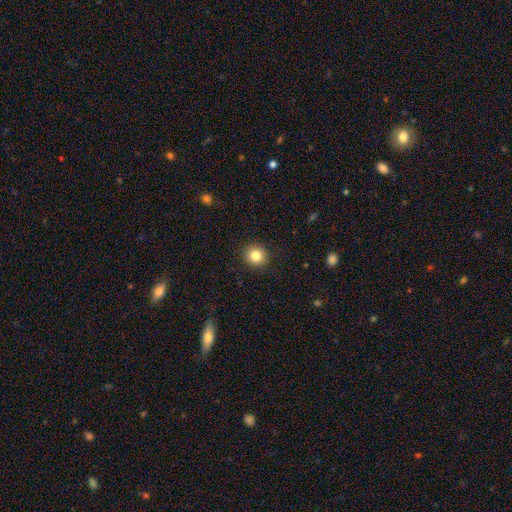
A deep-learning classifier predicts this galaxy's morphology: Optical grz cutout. It shows a smooth galaxy with no disk features (83%) that is round (91%). Merging: none (92%).